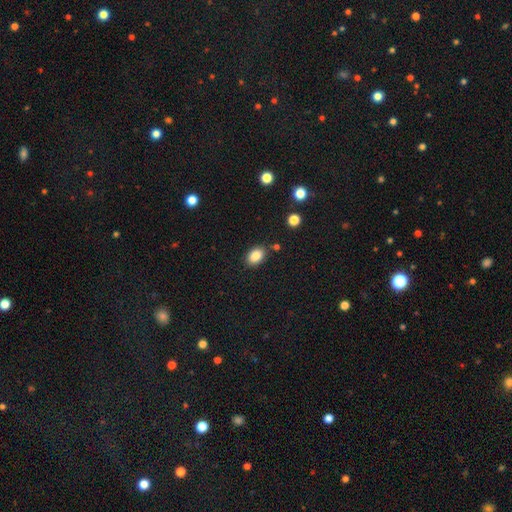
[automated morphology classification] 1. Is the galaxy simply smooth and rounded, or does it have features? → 85% smooth, 9% star or artifact, 5% featured or disk.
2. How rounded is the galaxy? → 83% in between, 16% round, 1% cigar-shaped.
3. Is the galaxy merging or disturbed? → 84% none, 10% minor disturbance, 3% merger, 2% major disturbance.